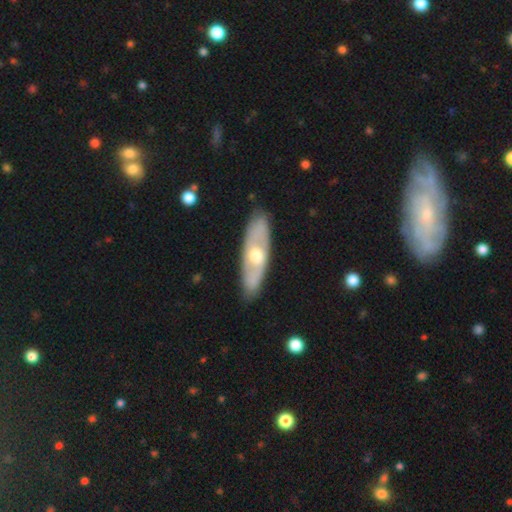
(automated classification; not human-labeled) Smooth or featured: featured or disk — 58% (smooth — 37%)
Edge-on disk: no — 65% (yes — 35%)
Merging: none — 86% (minor disturbance — 11%)